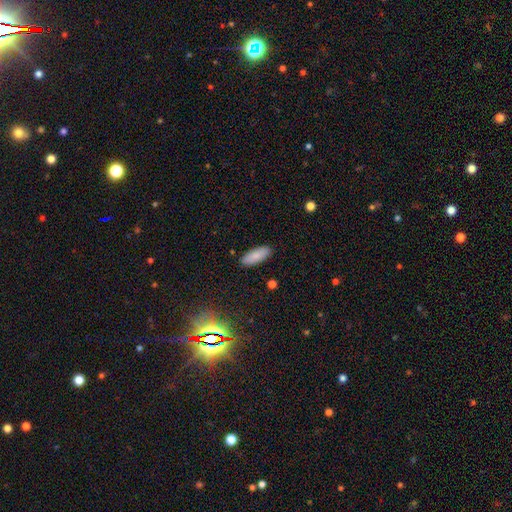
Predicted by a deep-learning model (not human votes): The model was most divided on "how rounded": in between: 77%, cigar-shaped: 21%, round: 2%. More confident: merging — none (89%); smooth or featured — smooth (84%).